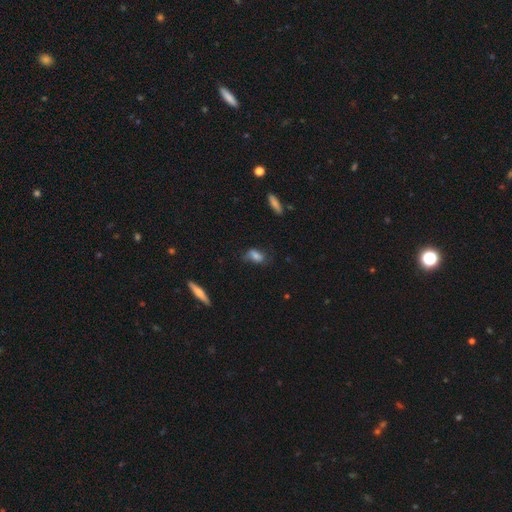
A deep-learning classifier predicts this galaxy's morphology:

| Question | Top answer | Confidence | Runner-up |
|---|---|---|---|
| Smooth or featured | smooth | 68% | featured or disk (22%) |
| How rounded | in between | 83% | round (10%) |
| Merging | none | 49% | minor disturbance (32%) |